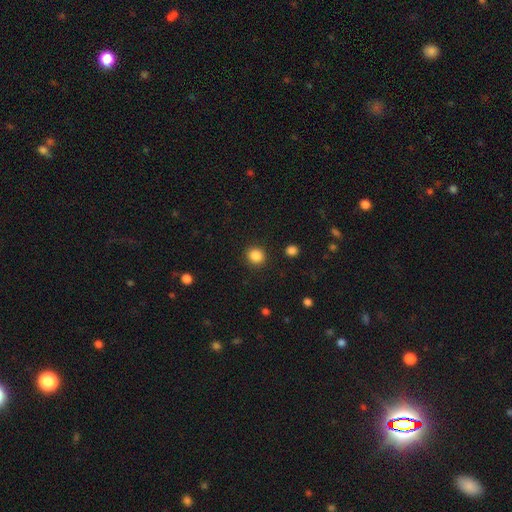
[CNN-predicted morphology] type=smooth (86%); roundness=round (89%); merging=none (91%).